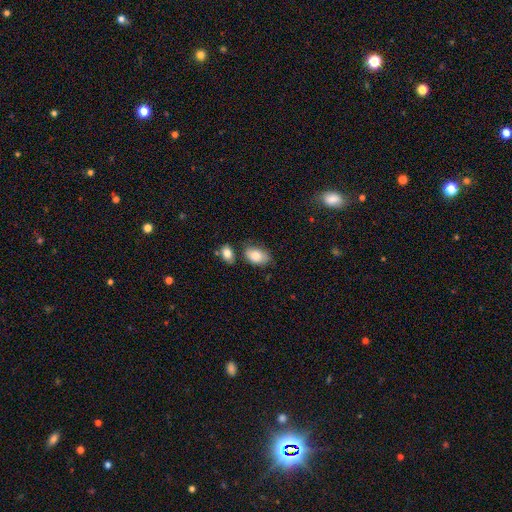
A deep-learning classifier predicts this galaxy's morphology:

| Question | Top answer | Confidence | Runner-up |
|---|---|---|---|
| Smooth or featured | smooth | 83% | featured or disk (10%) |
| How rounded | in between | 90% | round (9%) |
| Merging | none | 61% | minor disturbance (23%) |